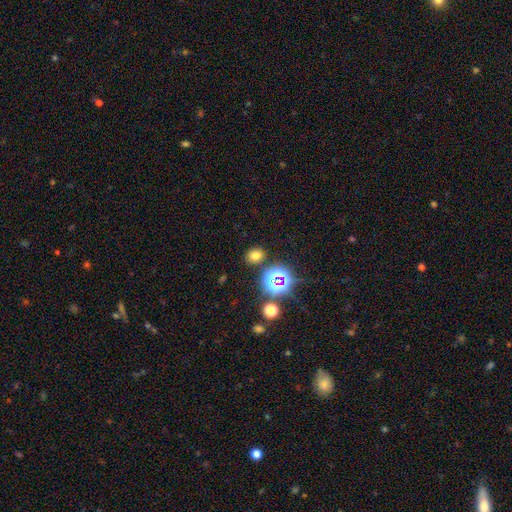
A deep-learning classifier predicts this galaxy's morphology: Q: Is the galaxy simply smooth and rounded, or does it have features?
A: smooth — 66%.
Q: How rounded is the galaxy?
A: round — 57%.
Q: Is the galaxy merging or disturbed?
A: none — 83%.